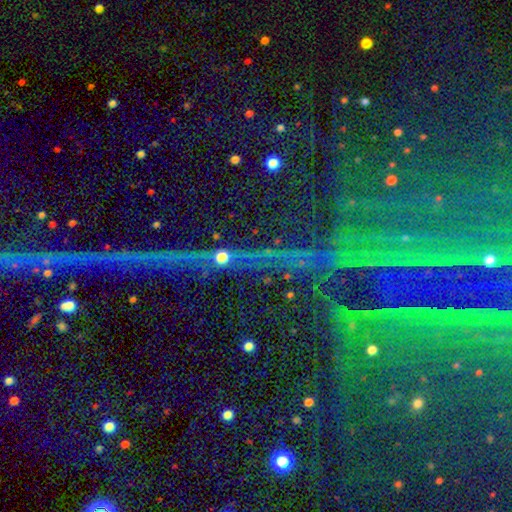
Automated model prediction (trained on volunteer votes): smooth_or_featured: star or artifact (p=0.76) [alt: featured or disk p=0.15]